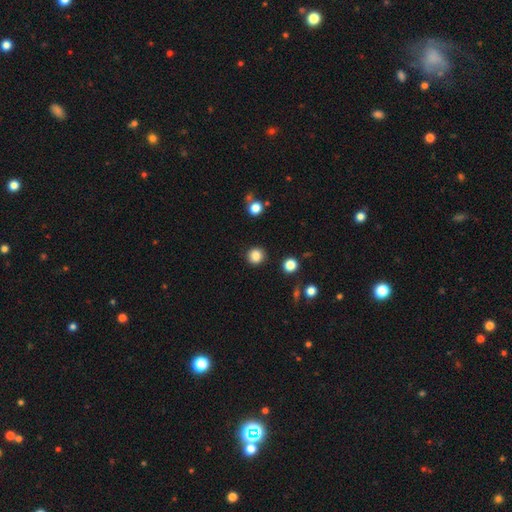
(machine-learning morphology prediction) Smooth or featured? Predicted: smooth (p=0.85). How rounded? Predicted: round (p=0.93). Merging? Predicted: none (p=0.90).